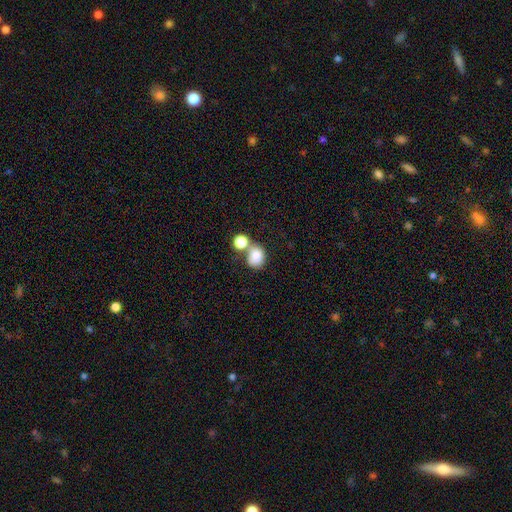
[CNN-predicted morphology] Smooth or featured: smooth — 80% (featured or disk — 10%)
How rounded: round — 58% (in between — 41%)
Merging: merger — 42% (none — 40%)